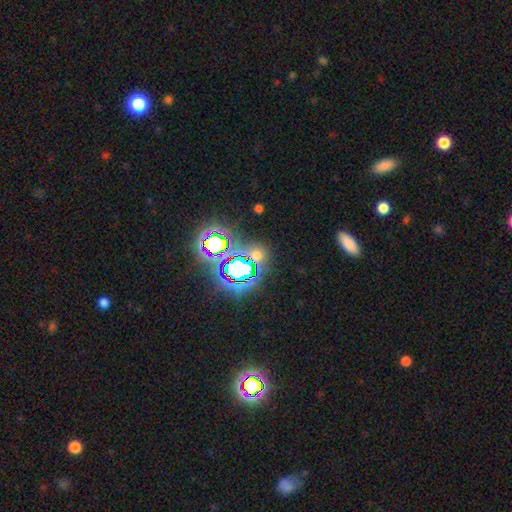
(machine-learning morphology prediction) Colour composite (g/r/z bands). It shows a star or artifact, not a galaxy (62%).